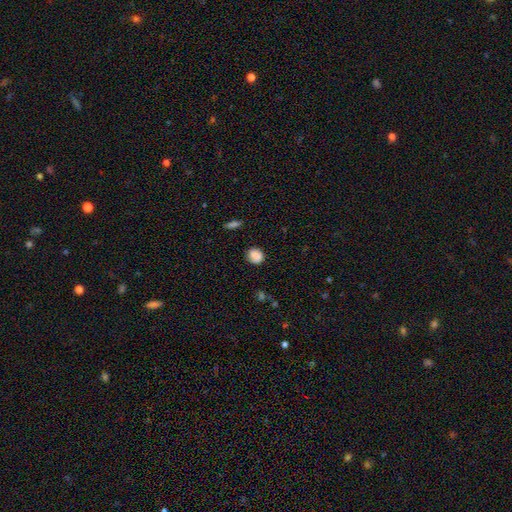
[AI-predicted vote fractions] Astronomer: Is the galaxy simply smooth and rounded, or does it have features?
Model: smooth — 83%.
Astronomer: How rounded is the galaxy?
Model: round — 76%.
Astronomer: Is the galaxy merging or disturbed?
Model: none — 78%.